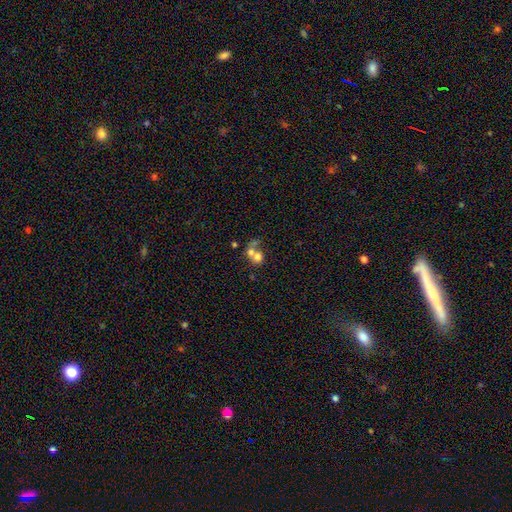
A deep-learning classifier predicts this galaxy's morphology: This is likely a smooth galaxy (62%). How rounded: likely round (72%). Merging: likely merger (65%).